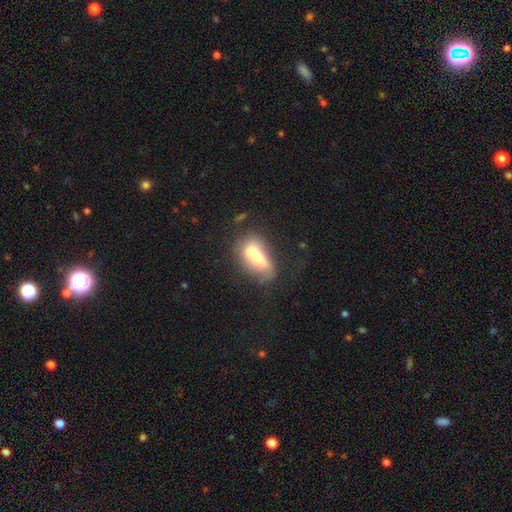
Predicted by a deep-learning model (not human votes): This appears to be a smooth galaxy with no disk features (56%) that is in between round and cigar-shaped (66%). Merging: none (37%).